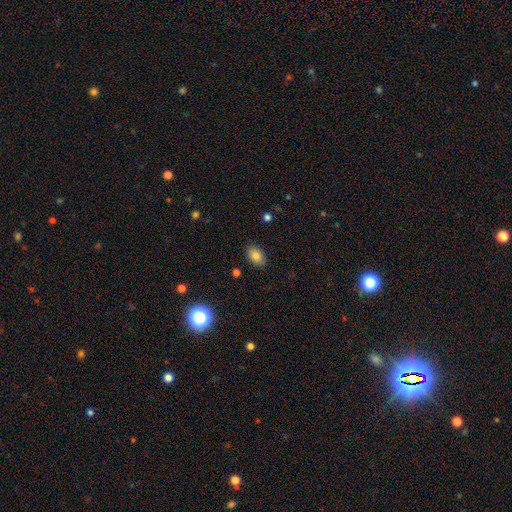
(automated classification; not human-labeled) Smooth or featured: smooth — 83% (star or artifact — 9%)
How rounded: in between — 87% (round — 11%)
Merging: none — 87% (minor disturbance — 10%)